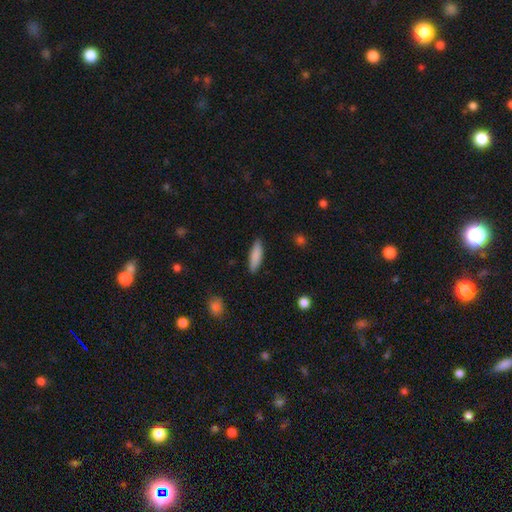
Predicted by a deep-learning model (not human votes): Smooth or featured: smooth — 86% (featured or disk — 8%)
How rounded: cigar-shaped — 54% (in between — 45%)
Merging: none — 86% (minor disturbance — 10%)